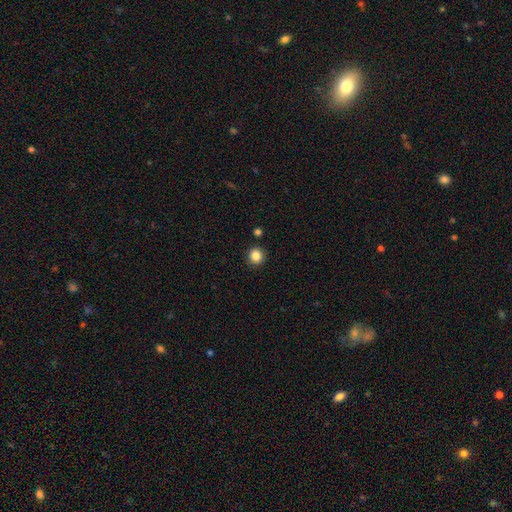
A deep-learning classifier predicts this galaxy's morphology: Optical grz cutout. It shows a smooth galaxy with no disk features (85%) that is round (93%). Merging: none (90%).